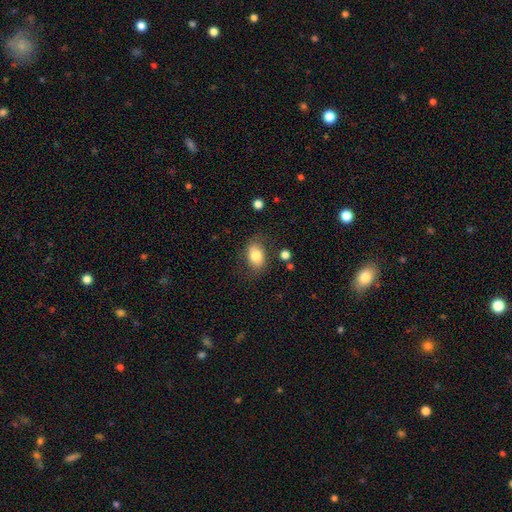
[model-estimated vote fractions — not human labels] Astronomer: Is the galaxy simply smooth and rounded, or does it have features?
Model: smooth — 79%.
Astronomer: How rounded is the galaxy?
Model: in between — 79%.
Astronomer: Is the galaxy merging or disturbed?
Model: none — 74%.